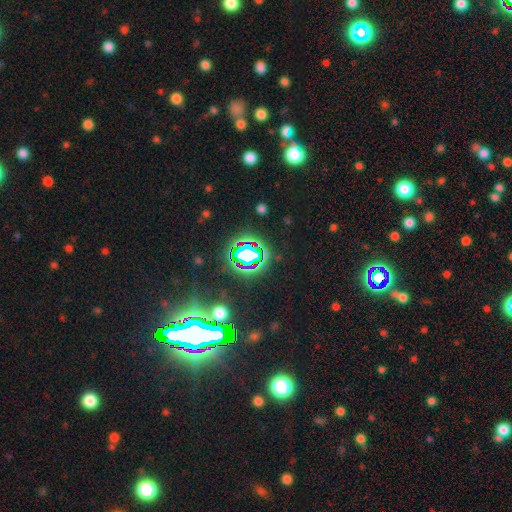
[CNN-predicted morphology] A star or artifact, not a galaxy (79%).

Vote fractions:
- Smooth or featured? star or artifact: 79% / smooth: 13% / featured or disk: 8%